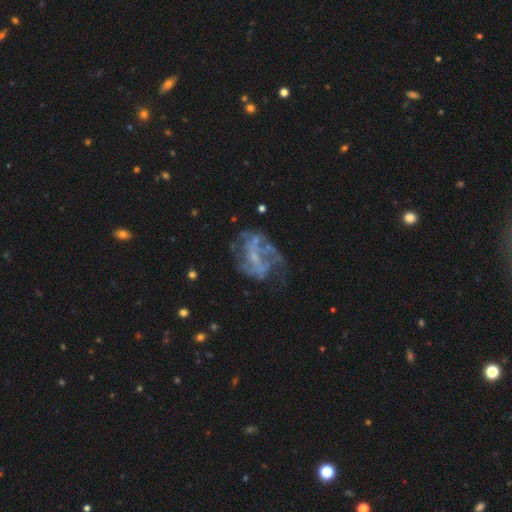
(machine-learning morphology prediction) Smooth or featured? Predicted: featured or disk (p=0.74). Edge-on disk? Predicted: no (p=0.97). Bar? Predicted: no (p=0.50). Spiral arms? Predicted: yes (p=0.64). Bulge size? Predicted: small (p=0.43). Merging? Predicted: none (p=0.48).